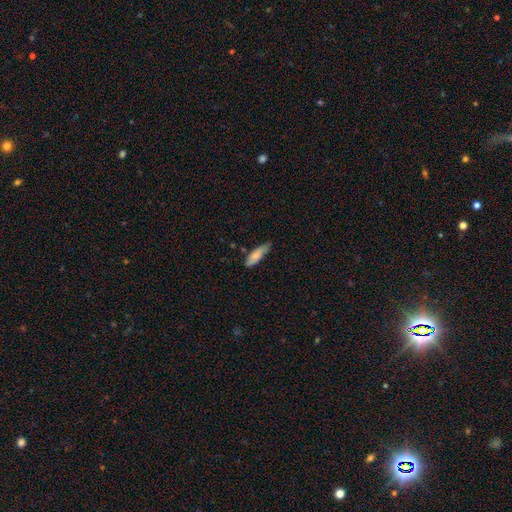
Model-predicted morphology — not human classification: Smooth or featured? smooth (75%)
How rounded? in between (50%)
Merging? none (67%)